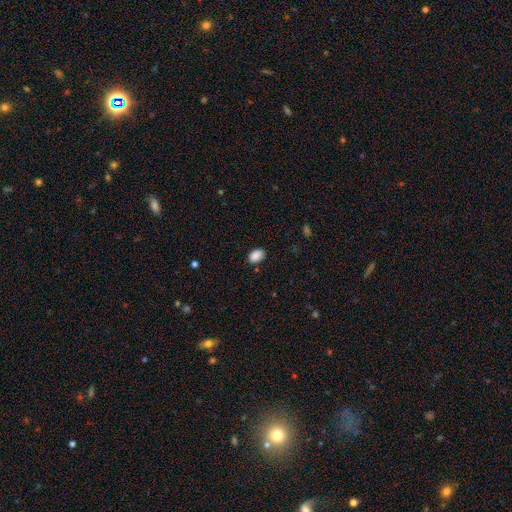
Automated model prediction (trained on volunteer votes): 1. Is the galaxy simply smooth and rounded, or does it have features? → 89% smooth, 8% star or artifact, 3% featured or disk.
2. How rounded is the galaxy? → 86% in between, 13% round, 1% cigar-shaped.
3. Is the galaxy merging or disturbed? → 82% none, 13% minor disturbance, 3% major disturbance, 1% merger.